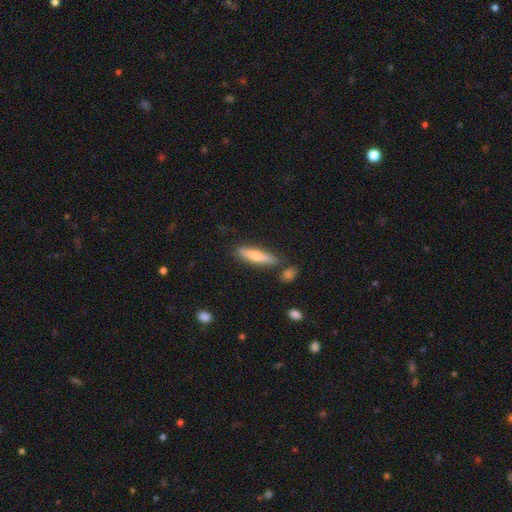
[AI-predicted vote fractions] smooth-or-featured: smooth: 67% | featured or disk: 27% | star or artifact: 6%
  how-rounded: cigar-shaped: 79% | in between: 19% | round: 2%
  merging: none: 77% | minor disturbance: 13% | merger: 7% | major disturbance: 3%